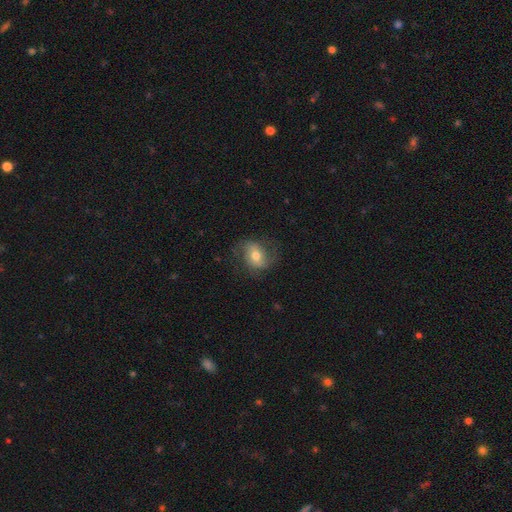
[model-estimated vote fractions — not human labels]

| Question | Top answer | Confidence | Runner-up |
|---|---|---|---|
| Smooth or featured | featured or disk | 50% | smooth (41%) |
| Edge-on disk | no | 95% | yes (5%) |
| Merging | none | 66% | minor disturbance (20%) |